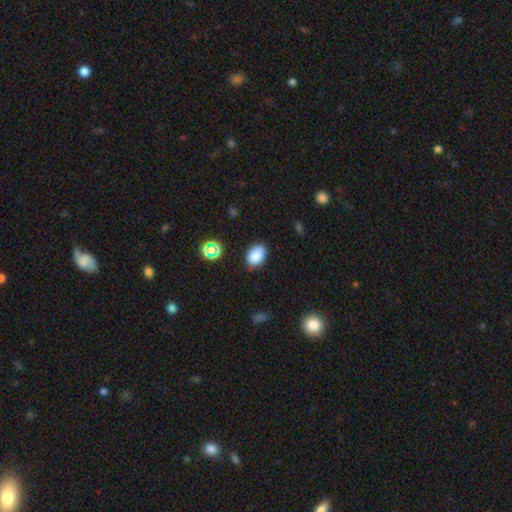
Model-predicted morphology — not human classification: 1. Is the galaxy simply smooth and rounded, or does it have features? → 84% smooth, 11% star or artifact, 5% featured or disk.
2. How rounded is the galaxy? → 86% in between, 13% round, 1% cigar-shaped.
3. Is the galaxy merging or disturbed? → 81% none, 14% minor disturbance, 3% major disturbance, 2% merger.